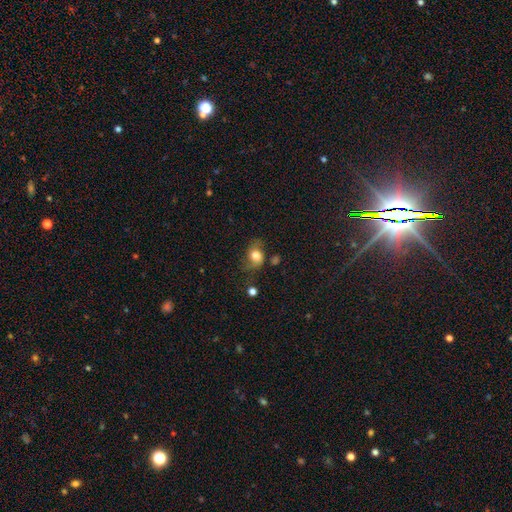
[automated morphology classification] smooth_or_featured: smooth (p=0.69) [alt: featured or disk p=0.21]
how_rounded: in between (p=0.53) [alt: round p=0.46]
merging: none (p=0.54) [alt: minor disturbance p=0.27]